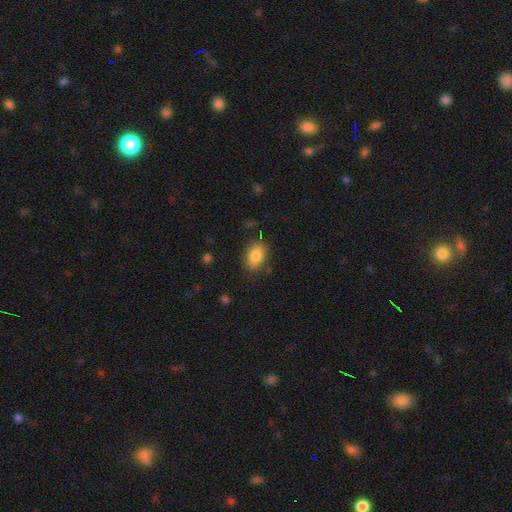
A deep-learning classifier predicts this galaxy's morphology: The model was most divided on "how rounded": in between: 82%, round: 17%, cigar-shaped: 2%. More confident: smooth or featured — smooth (83%); merging — none (80%).